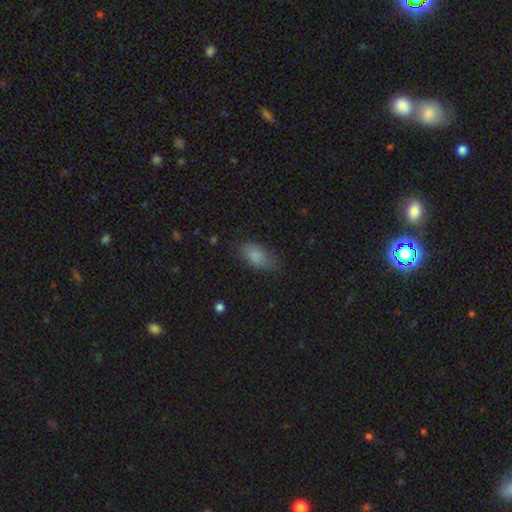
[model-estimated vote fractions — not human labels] smooth_or_featured: smooth (p=0.85) [alt: star or artifact p=0.08]
how_rounded: in between (p=0.92) [alt: round p=0.05]
merging: none (p=0.74) [alt: minor disturbance p=0.20]